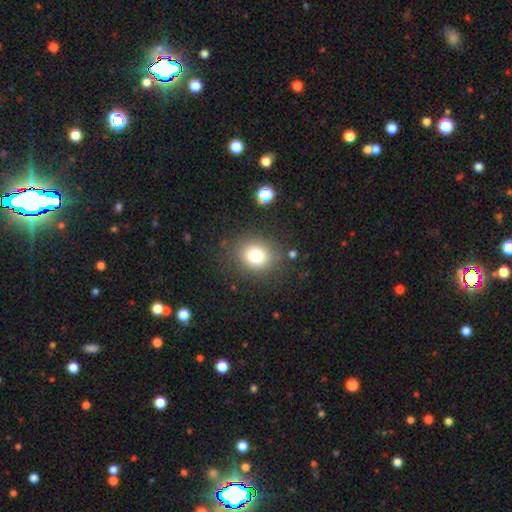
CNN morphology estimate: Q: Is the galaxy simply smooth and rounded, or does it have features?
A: smooth — 79%.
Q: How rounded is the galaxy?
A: round — 64%.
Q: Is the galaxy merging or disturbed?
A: none — 81%.